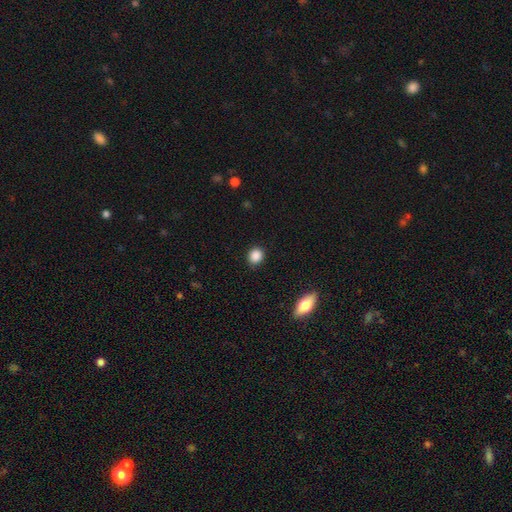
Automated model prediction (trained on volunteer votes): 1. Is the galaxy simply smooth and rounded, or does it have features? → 88% smooth, 9% star or artifact, 3% featured or disk.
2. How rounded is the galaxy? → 74% round, 25% in between, 1% cigar-shaped.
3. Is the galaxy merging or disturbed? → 88% none, 9% minor disturbance, 2% major disturbance, 1% merger.